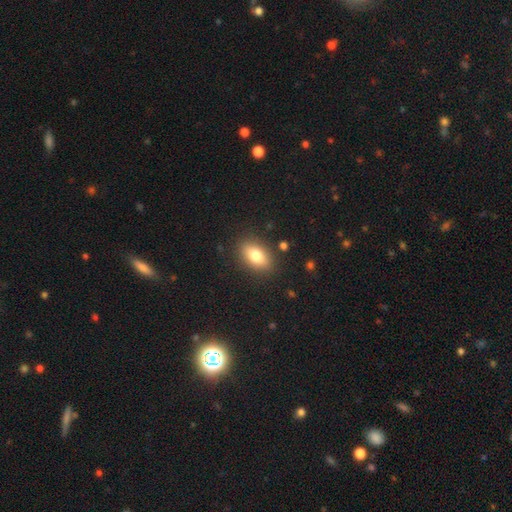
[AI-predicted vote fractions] Q: Smooth or featured?
A: smooth (78%); runner-up: featured or disk (14%)
Q: How rounded?
A: in between (86%); runner-up: round (10%)
Q: Merging?
A: none (86%); runner-up: minor disturbance (9%)